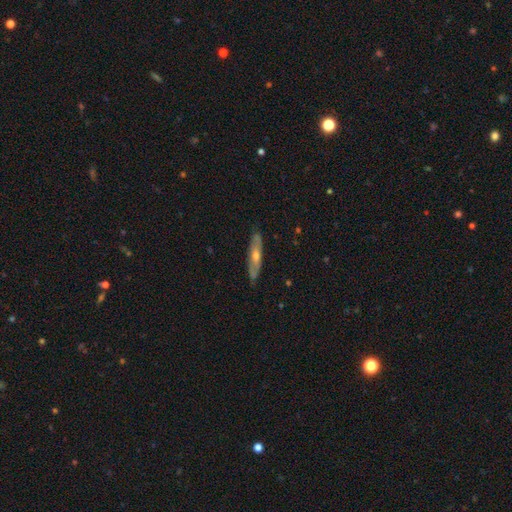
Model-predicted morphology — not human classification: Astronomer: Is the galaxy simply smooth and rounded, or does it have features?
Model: featured or disk — 60%.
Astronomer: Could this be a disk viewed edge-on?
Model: yes — 62% (runner-up: no, 38%).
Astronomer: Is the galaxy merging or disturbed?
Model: none — 85%.